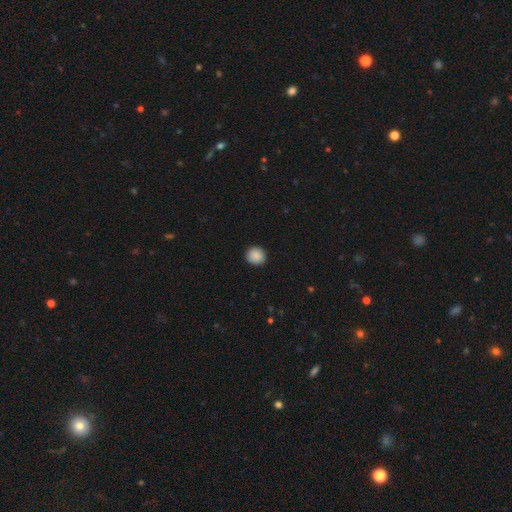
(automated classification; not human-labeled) smooth 89%, star or artifact 8%, featured or disk 3%. Down the decision tree: how rounded — round (90%); merging — none (91%).